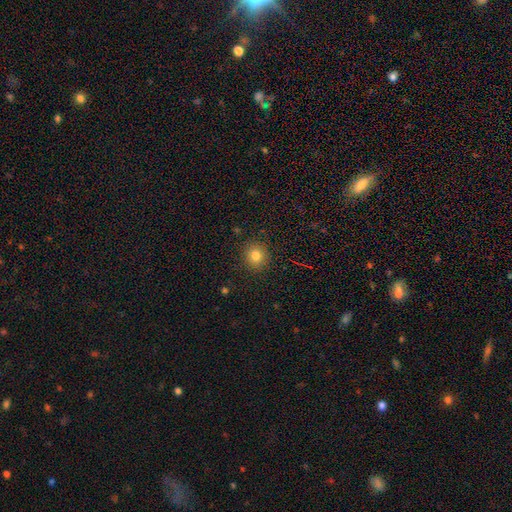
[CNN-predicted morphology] Q: Smooth or featured?
A: smooth (81%); runner-up: star or artifact (13%)
Q: How rounded?
A: round (90%); runner-up: in between (9%)
Q: Merging?
A: none (91%); runner-up: minor disturbance (6%)